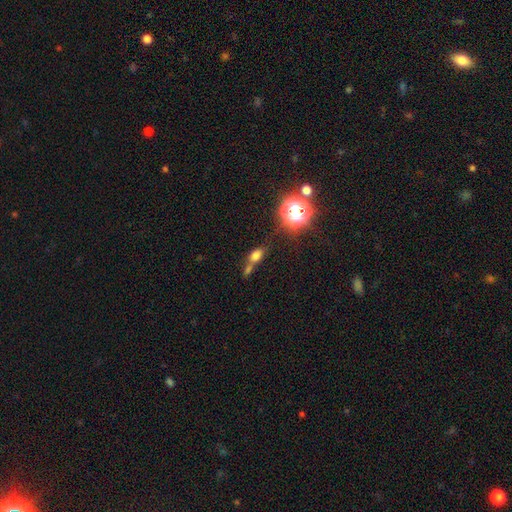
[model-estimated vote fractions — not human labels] A smooth galaxy with no disk features (66%) that is in between round and cigar-shaped (65%).

Vote fractions:
- Smooth or featured? smooth: 66% / star or artifact: 20% / featured or disk: 14%
- How rounded? in between: 65% / round: 25% / cigar-shaped: 10%
- Merging? merger: 40% / none: 38% / minor disturbance: 13% / major disturbance: 9%